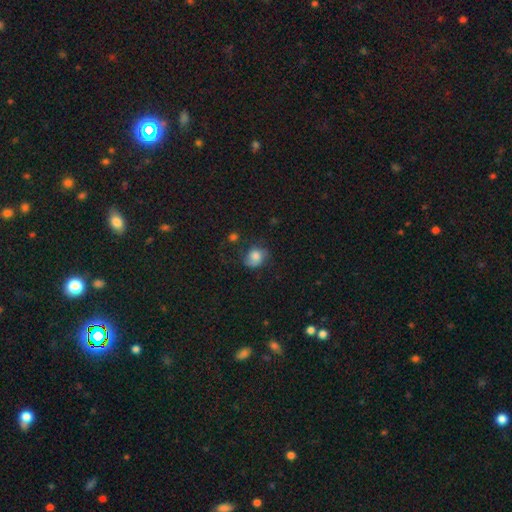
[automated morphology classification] Q: Smooth or featured?
A: smooth (68%); runner-up: featured or disk (22%)
Q: How rounded?
A: round (62%); runner-up: in between (37%)
Q: Merging?
A: none (49%); runner-up: minor disturbance (30%)